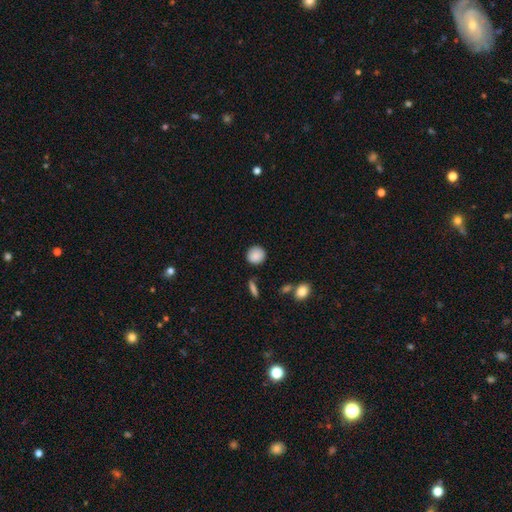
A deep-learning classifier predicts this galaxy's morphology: This appears to be a smooth galaxy with no disk features (88%) that is round (90%). Merging: none (87%).